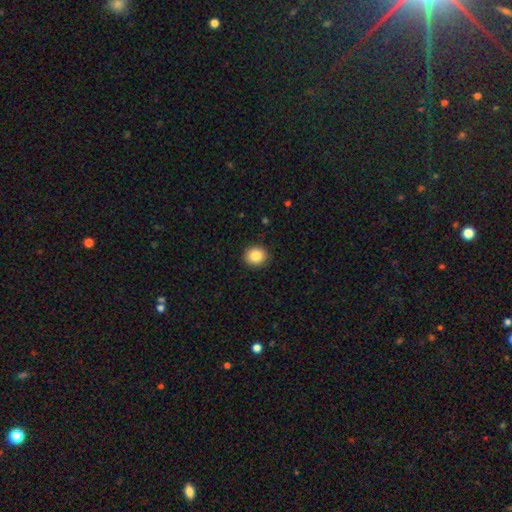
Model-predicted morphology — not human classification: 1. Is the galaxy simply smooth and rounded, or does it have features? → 85% smooth, 9% star or artifact, 6% featured or disk.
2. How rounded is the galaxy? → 86% round, 14% in between, 1% cigar-shaped.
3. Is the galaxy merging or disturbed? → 92% none, 5% minor disturbance, 2% major disturbance, 1% merger.